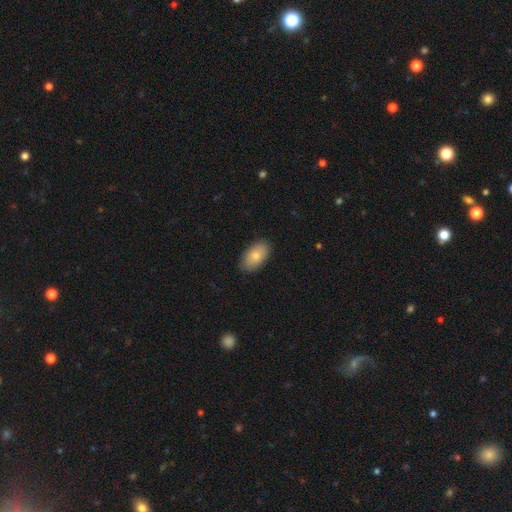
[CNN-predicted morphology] smooth_or_featured: smooth (p=0.80) [alt: featured or disk p=0.13]
how_rounded: in between (p=0.94) [alt: round p=0.04]
merging: none (p=0.87) [alt: minor disturbance p=0.10]